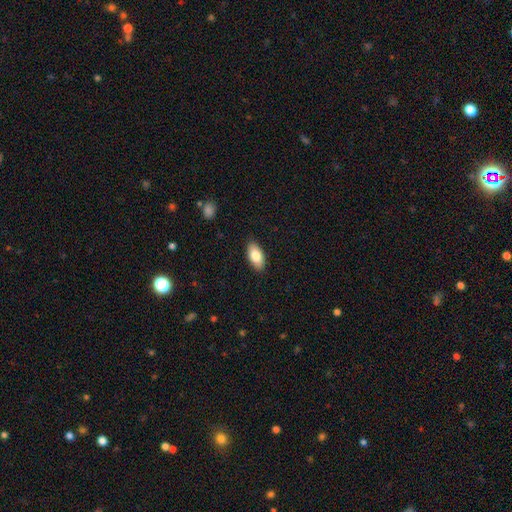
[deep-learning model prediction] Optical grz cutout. It shows a smooth galaxy with no disk features (83%) that is in between round and cigar-shaped (92%). Merging: none (88%).